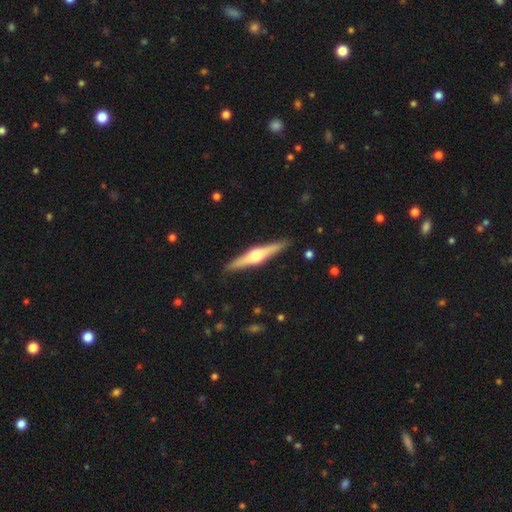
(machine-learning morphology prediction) Overall: featured or disk (71%). Edge-on disk: yes (97%). Edge-on bulge: rounded (93%). Merging: none (89%).